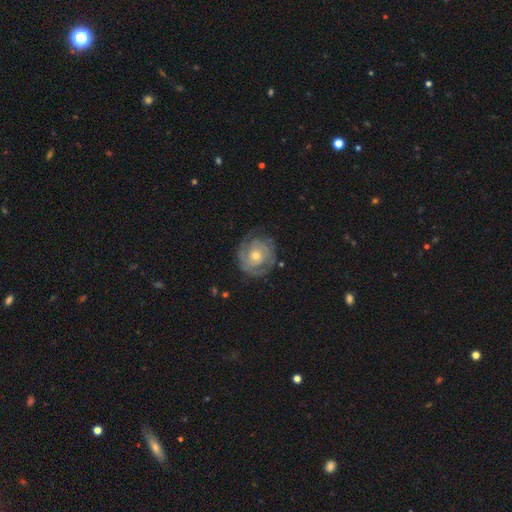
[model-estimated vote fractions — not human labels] Smooth or featured? featured or disk (79%)
Edge-on disk? no (97%)
Bar? no (78%)
Spiral arms? yes (89%)
Spiral winding? tight (71%)
Spiral arm count? 2 (46%)
Bulge size? moderate (55%)
Merging? none (72%)